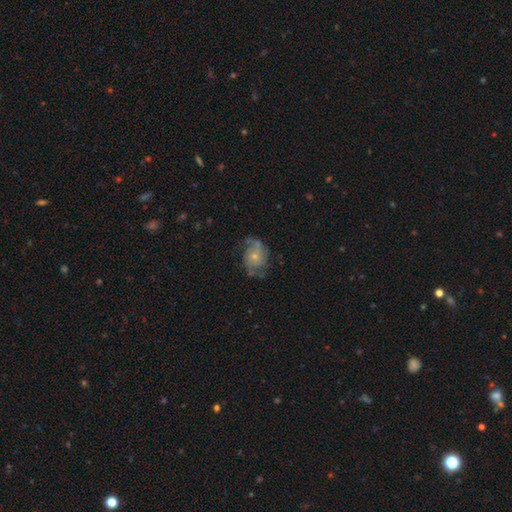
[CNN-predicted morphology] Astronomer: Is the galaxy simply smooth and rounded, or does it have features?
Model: featured or disk — 68%.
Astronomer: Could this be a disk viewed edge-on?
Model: no — 97%.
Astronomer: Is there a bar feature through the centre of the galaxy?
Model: no — 77%.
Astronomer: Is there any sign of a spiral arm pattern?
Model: yes — 85%.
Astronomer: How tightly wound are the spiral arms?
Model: medium — 41% (runner-up: loose, 34%).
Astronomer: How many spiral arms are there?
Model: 2 — 59%.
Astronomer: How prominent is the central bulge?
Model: small — 62%.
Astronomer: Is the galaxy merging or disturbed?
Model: none — 55%.